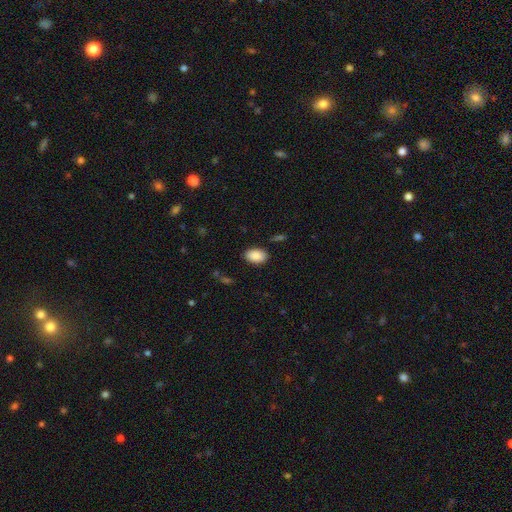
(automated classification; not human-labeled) smooth 89%, star or artifact 7%, featured or disk 5%. Down the decision tree: how rounded — in between (91%); merging — none (85%).